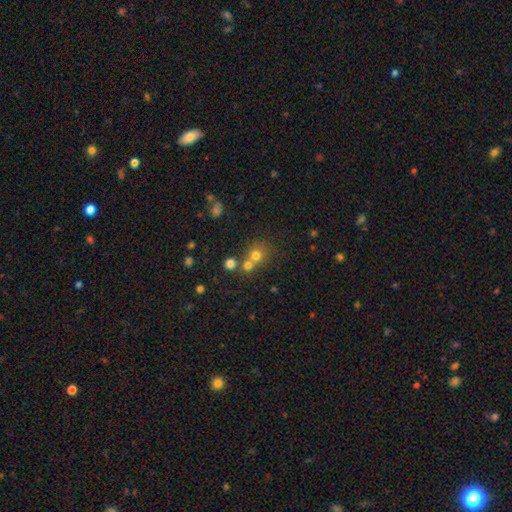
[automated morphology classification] This appears to be a smooth galaxy with no disk features (68%) that is round (83%). Merging: none (46%).